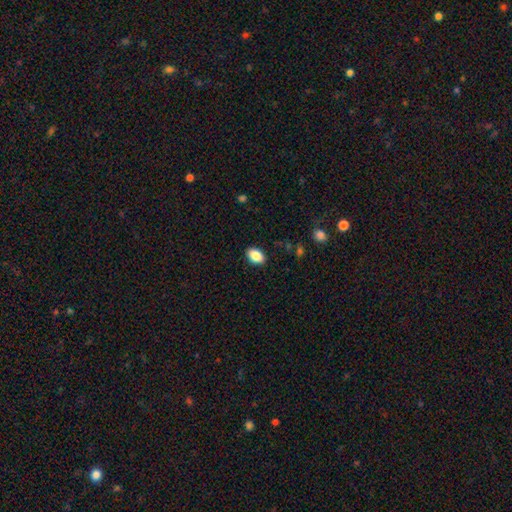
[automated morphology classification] Q: Smooth or featured?
A: smooth (87%); runner-up: star or artifact (8%)
Q: How rounded?
A: in between (87%); runner-up: round (12%)
Q: Merging?
A: none (89%); runner-up: minor disturbance (8%)